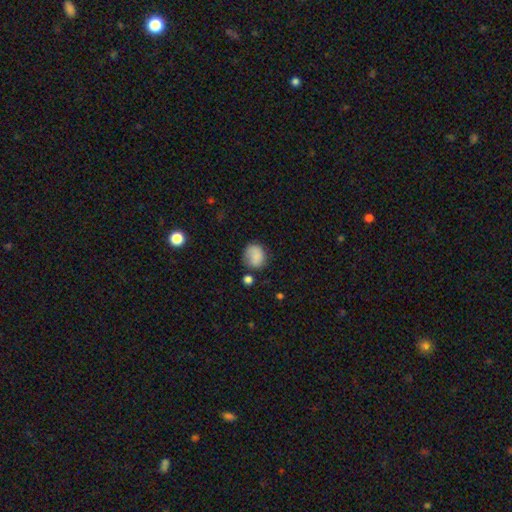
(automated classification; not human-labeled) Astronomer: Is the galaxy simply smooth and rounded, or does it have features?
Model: smooth — 80%.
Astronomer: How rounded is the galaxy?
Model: round — 71%.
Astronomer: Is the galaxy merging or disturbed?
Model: none — 62%.